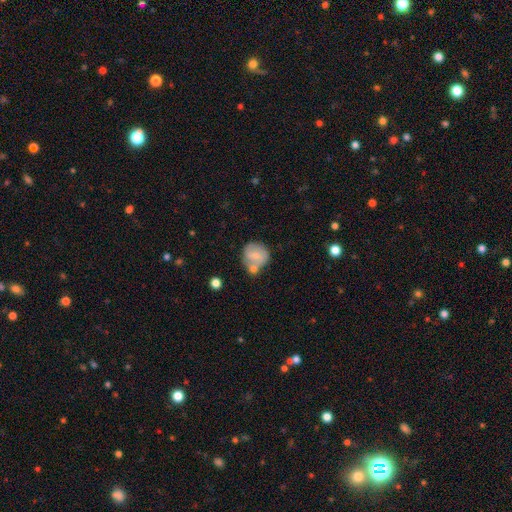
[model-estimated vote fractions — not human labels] A smooth galaxy with no disk features (63%) that is round (83%). Merging: none (42%).